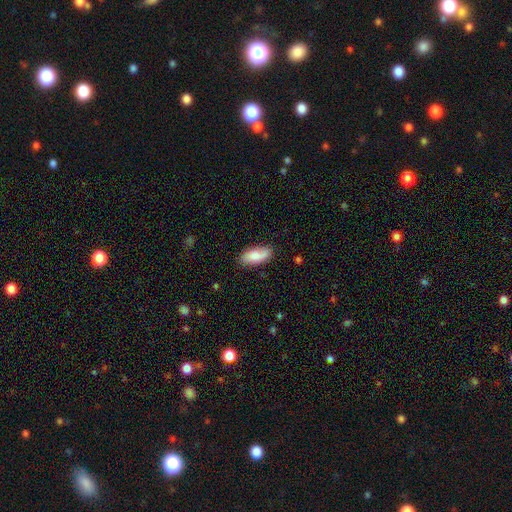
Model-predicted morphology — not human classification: smooth_or_featured: smooth (p=0.76) [alt: featured or disk p=0.18]
how_rounded: in between (p=0.85) [alt: cigar-shaped p=0.13]
merging: none (p=0.77) [alt: minor disturbance p=0.18]